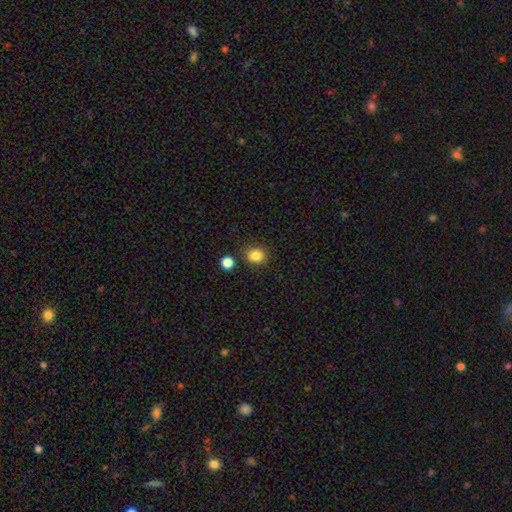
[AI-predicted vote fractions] Smooth or featured? Predicted: smooth (p=0.84). How rounded? Predicted: round (p=0.71). Merging? Predicted: none (p=0.83).